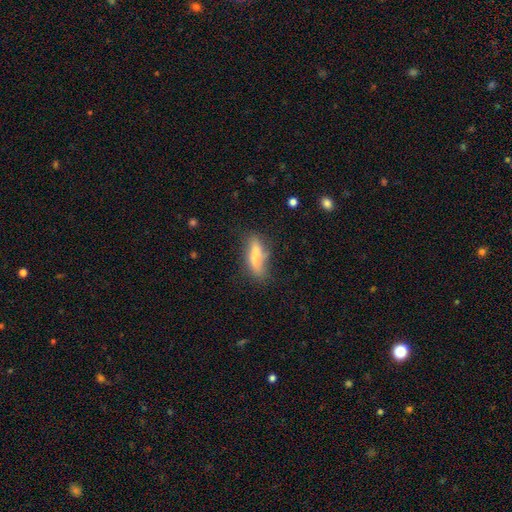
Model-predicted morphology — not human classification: Smooth or featured: smooth — 66% (featured or disk — 25%)
How rounded: cigar-shaped — 50% (in between — 47%)
Merging: none — 52% (minor disturbance — 29%)